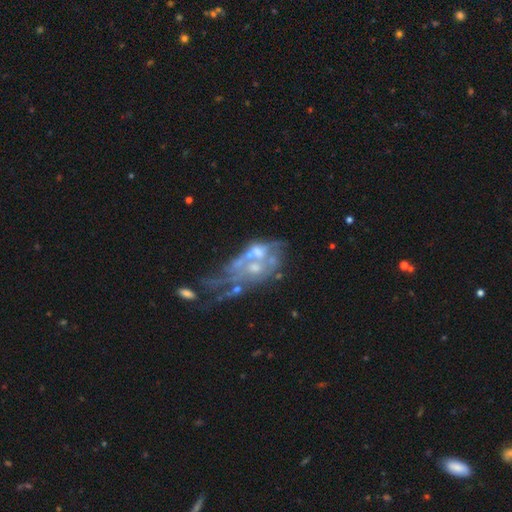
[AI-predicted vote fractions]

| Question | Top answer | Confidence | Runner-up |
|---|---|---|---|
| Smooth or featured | featured or disk | 72% | smooth (16%) |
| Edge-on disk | no | 95% | yes (5%) |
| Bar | no | 84% | weak (12%) |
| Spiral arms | no | 69% | yes (31%) |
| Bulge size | moderate | 33% | small (31%) |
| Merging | major disturbance | 34% | merger (33%) |